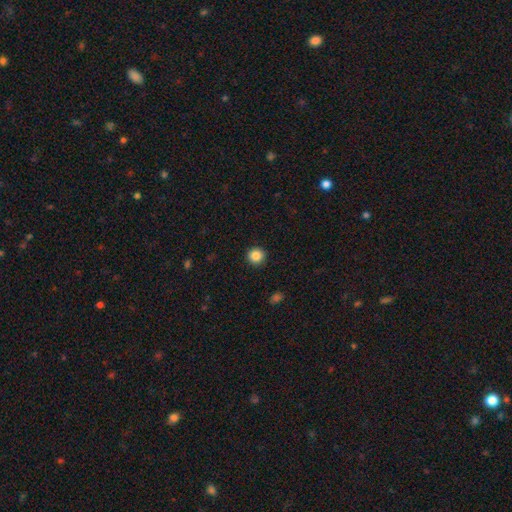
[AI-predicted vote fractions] Smooth or featured? Predicted: smooth (p=0.86). How rounded? Predicted: round (p=0.95). Merging? Predicted: none (p=0.92).